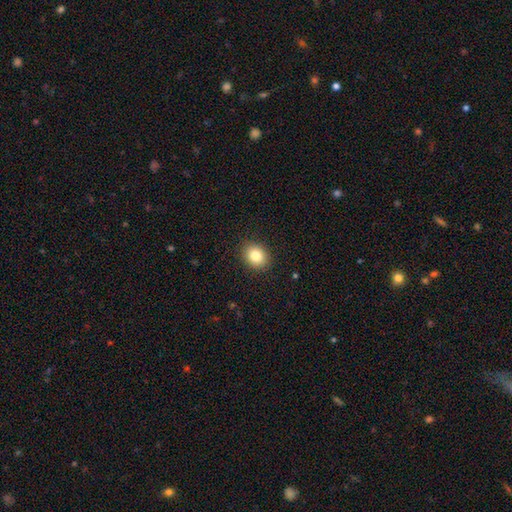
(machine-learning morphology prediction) The model was most divided on "how rounded": round: 57%, in between: 43%, cigar-shaped: 1%. More confident: merging — none (90%); smooth or featured — smooth (83%).